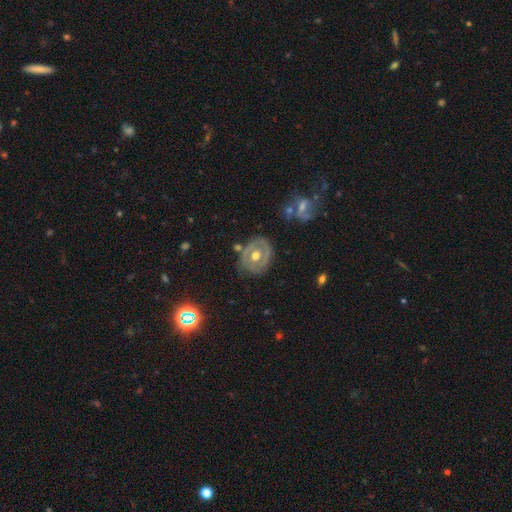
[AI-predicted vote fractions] smooth_or_featured: featured or disk (p=0.64) [alt: smooth p=0.29]
disk_edge_on: no (p=0.95) [alt: yes p=0.05]
bar: no (p=0.74) [alt: weak p=0.20]
has_spiral_arms: no (p=0.61) [alt: yes p=0.39]
bulge_size: moderate (p=0.79) [alt: large p=0.11]
merging: none (p=0.70) [alt: minor disturbance p=0.19]